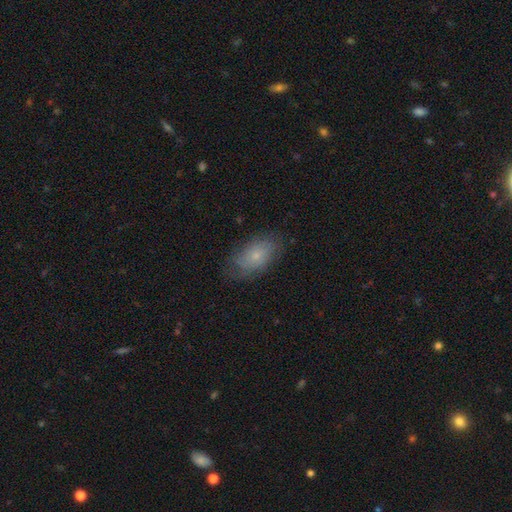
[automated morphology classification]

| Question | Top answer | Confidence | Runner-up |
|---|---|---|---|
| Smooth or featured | smooth | 65% | featured or disk (26%) |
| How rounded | in between | 90% | round (7%) |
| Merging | none | 73% | minor disturbance (20%) |